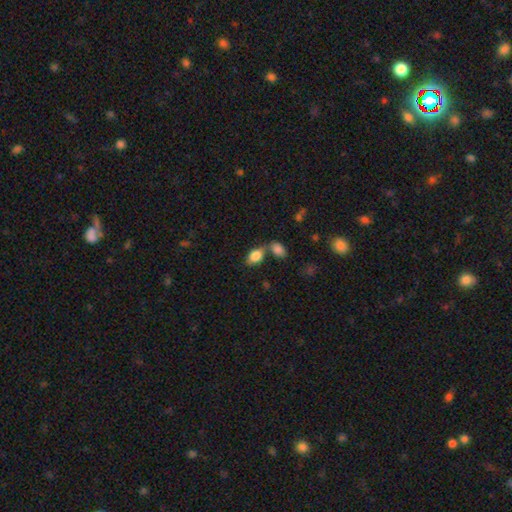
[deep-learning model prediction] Smooth or featured? Predicted: smooth (p=0.84). How rounded? Predicted: in between (p=0.90). Merging? Predicted: none (p=0.43).